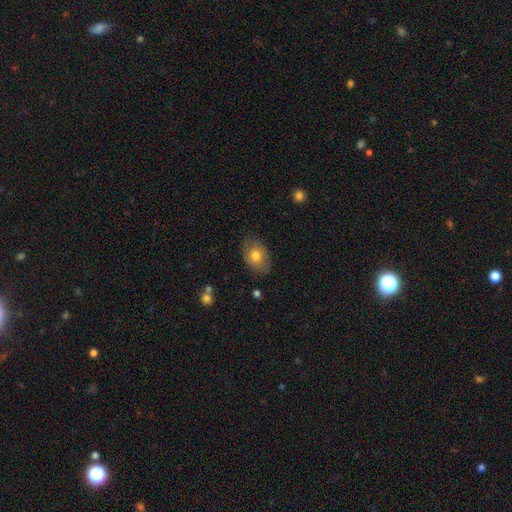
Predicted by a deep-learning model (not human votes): smooth-or-featured: smooth: 72% | featured or disk: 20% | star or artifact: 8%
  how-rounded: in between: 77% | round: 22% | cigar-shaped: 1%
  merging: none: 78% | minor disturbance: 16% | major disturbance: 4% | merger: 1%